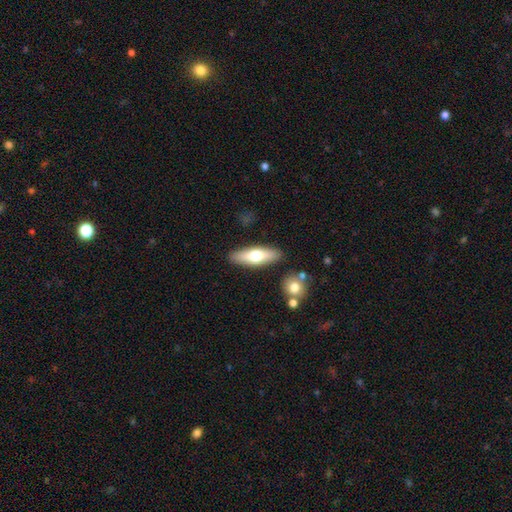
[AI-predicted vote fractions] This appears to be a smooth galaxy with no disk features (59%) that is in between round and cigar-shaped (49%, tied with cigar-shaped). Merging: none (86%).